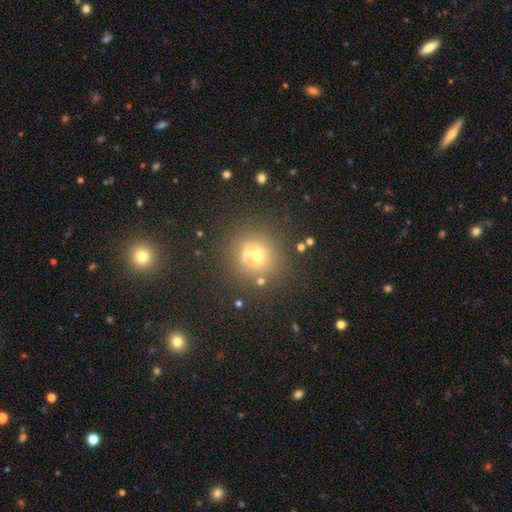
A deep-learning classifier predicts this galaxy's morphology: Smooth or featured? smooth (51%)
How rounded? round (86%)
Merging? none (56%)